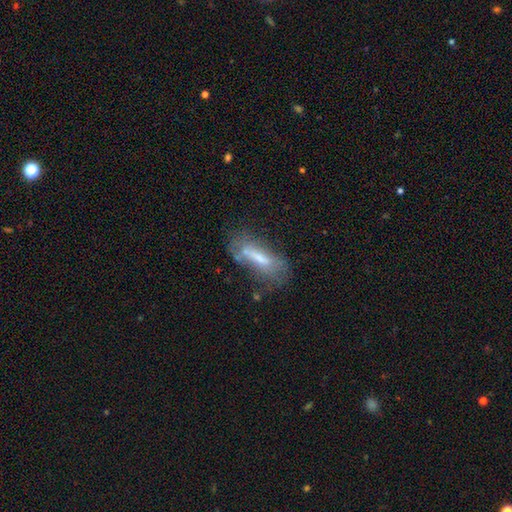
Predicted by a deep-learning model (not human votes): This appears to be a smooth galaxy with no disk features (45%, tied with featured or disk). Merging: none (52%).